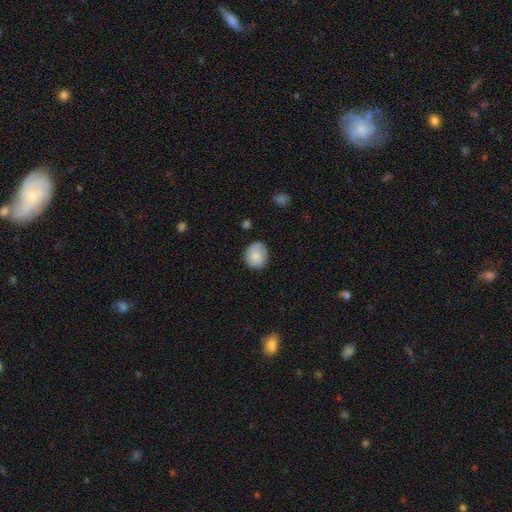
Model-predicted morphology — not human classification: Smooth or featured?
  - smooth: 81% *
  - featured or disk: 12%
  - star or artifact: 8%
How rounded?
  - round: 64% *
  - in between: 35%
  - cigar-shaped: 1%
Merging?
  - none: 70% *
  - minor disturbance: 24%
  - major disturbance: 5%
  - merger: 2%